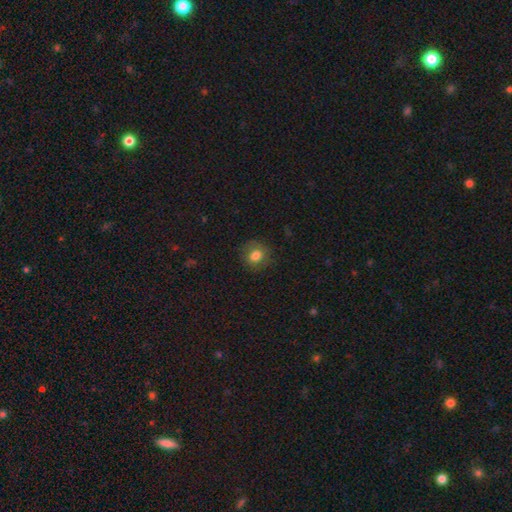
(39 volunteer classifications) Smooth or featured? 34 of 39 (87%) said smooth. How rounded? 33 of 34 (97%) said round. Merging? 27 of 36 (75%) said none.